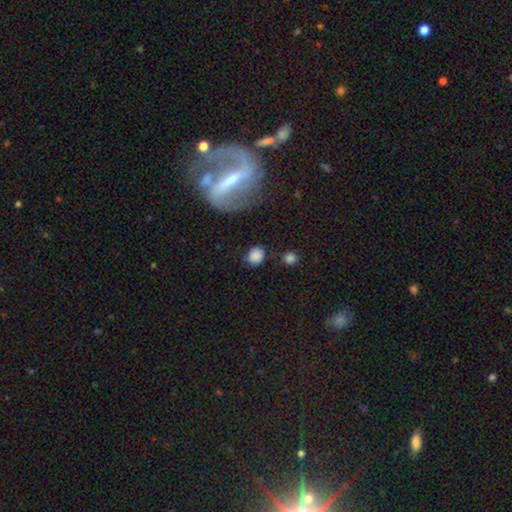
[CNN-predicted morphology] A smooth galaxy with no disk features (84%) that is round (68%).

Vote fractions:
- Smooth or featured? smooth: 84% / star or artifact: 9% / featured or disk: 6%
- How rounded? round: 68% / in between: 31% / cigar-shaped: 1%
- Merging? none: 72% / minor disturbance: 17% / major disturbance: 6% / merger: 4%